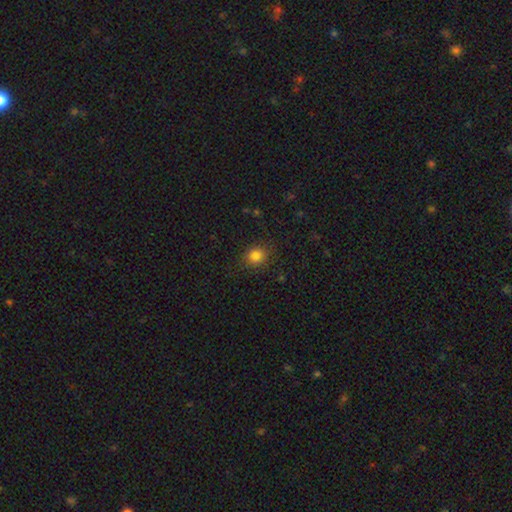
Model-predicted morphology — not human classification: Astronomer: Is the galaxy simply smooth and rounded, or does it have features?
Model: smooth — 83%.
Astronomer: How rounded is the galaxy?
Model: round — 77%.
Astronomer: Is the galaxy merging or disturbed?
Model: none — 85%.